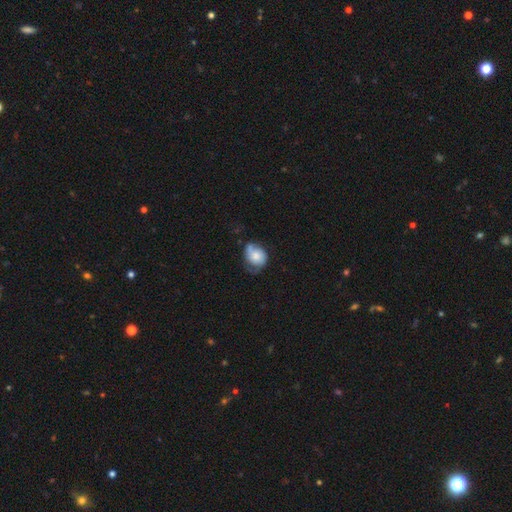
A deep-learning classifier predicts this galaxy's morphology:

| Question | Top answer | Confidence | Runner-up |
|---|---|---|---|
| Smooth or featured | smooth | 48% | featured or disk (44%) |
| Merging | none | 41% | minor disturbance (35%) |